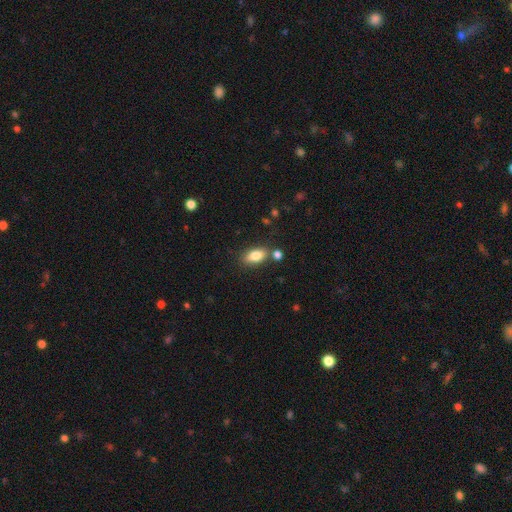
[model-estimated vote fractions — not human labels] Morphology: type=smooth (83%); roundness=in between (89%); merging=none (75%).